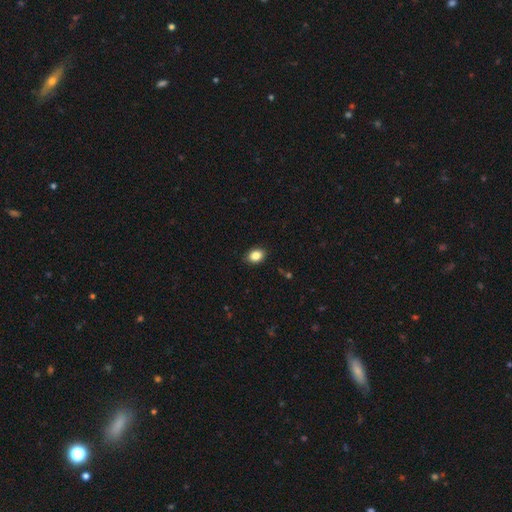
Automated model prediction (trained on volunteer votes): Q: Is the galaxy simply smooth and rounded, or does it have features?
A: smooth — 86%.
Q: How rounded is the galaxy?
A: in between — 72%.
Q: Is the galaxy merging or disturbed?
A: none — 89%.